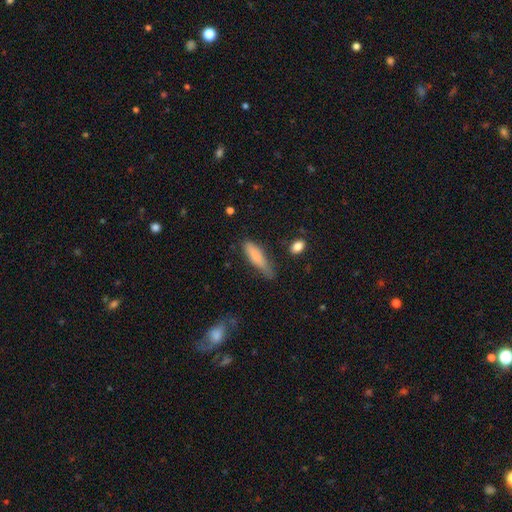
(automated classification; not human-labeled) Smooth or featured: smooth — 80% (featured or disk — 13%)
How rounded: cigar-shaped — 66% (in between — 32%)
Merging: none — 49% (minor disturbance — 37%)